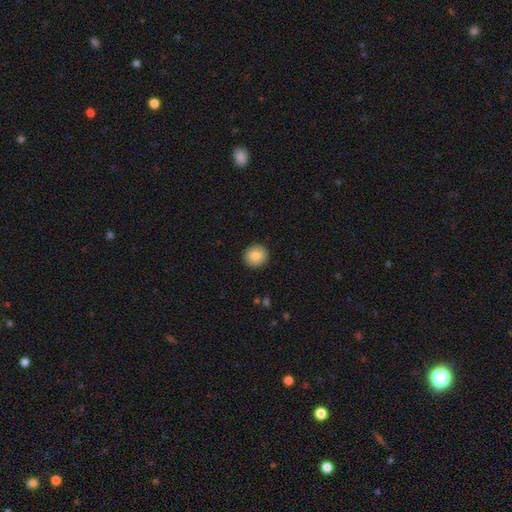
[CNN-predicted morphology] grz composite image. It shows a smooth galaxy with no disk features (83%) that is round (93%). Merging: none (92%).